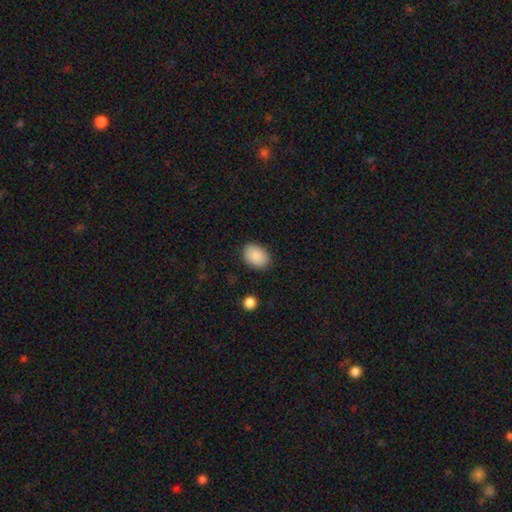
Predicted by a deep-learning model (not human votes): A smooth galaxy with no disk features (89%) that is in between round and cigar-shaped (80%). Merging: none (87%).